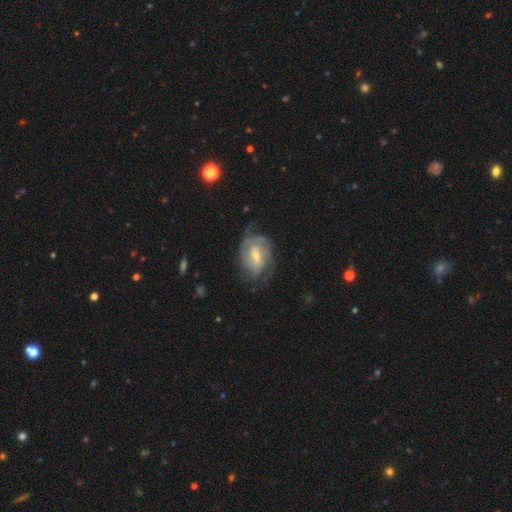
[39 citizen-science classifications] Q: Smooth or featured?
A: featured or disk (82%); runner-up: smooth (18%)
Q: Edge-on disk?
A: no (97%); runner-up: yes (3%)
Q: Bar?
A: weak (58%); runner-up: no (23%)
Q: Spiral arms?
A: yes (77%); runner-up: no (23%)
Q: Spiral winding?
A: loose (38%); runner-up: medium (33%)
Q: Spiral arm count?
A: can't tell (33%); runner-up: 2 (29%)
Q: Bulge size?
A: small (48%); runner-up: moderate (45%)
Q: Merging?
A: none (46%); runner-up: major disturbance (31%)